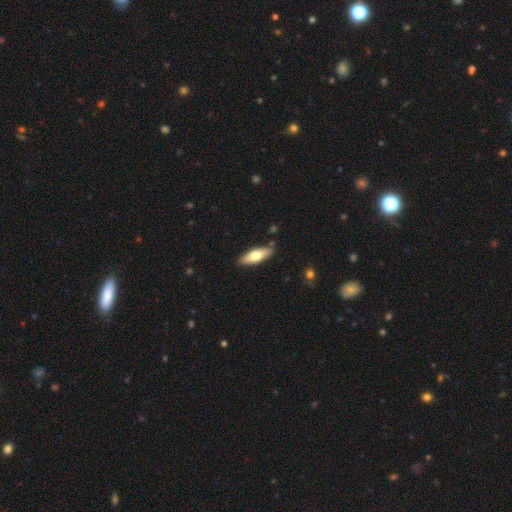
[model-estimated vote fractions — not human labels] smooth 66%, featured or disk 28%, star or artifact 6%. Down the decision tree: how rounded — in between (56%); merging — none (86%).